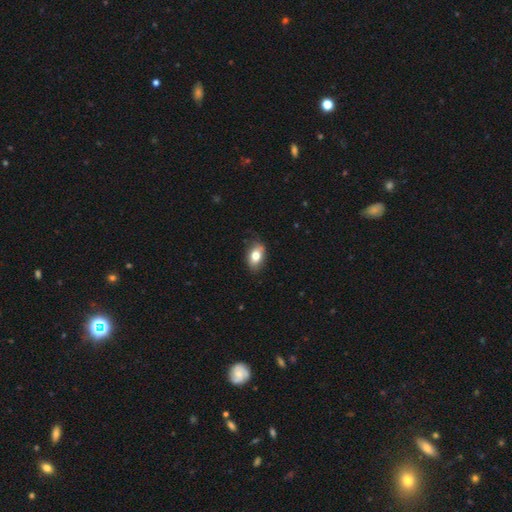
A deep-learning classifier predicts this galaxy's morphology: A smooth galaxy with no disk features (76%) that is in between round and cigar-shaped (87%). Merging: none (78%).